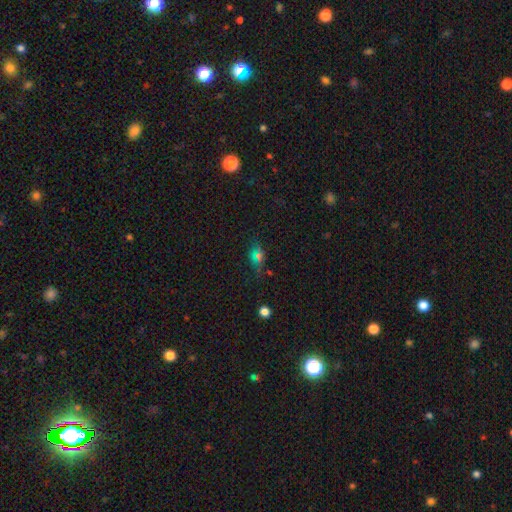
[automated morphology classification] Smooth or featured: smooth — 52% (star or artifact — 32%)
How rounded: in between — 69% (round — 26%)
Merging: none — 70% (minor disturbance — 18%)